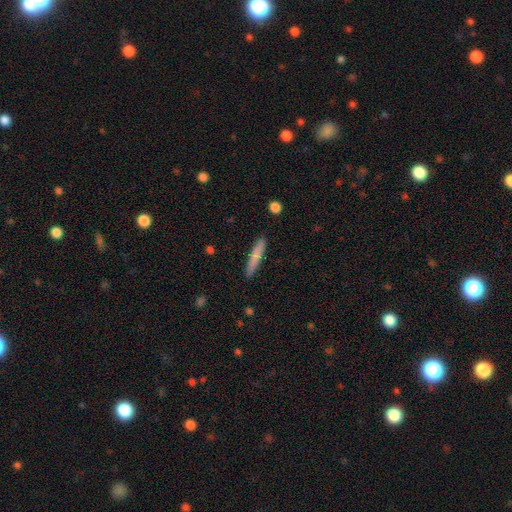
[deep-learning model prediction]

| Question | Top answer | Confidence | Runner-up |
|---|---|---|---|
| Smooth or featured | smooth | 75% | featured or disk (19%) |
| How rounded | cigar-shaped | 93% | in between (6%) |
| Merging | none | 90% | minor disturbance (7%) |